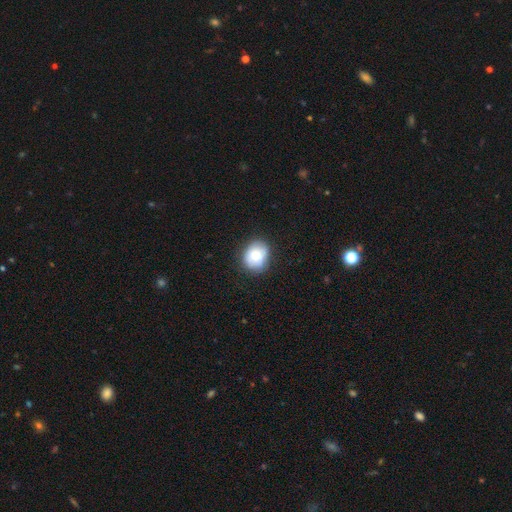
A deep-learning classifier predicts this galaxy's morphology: This appears to be a smooth galaxy with no disk features (74%) that is round (68%). Merging: none (79%).